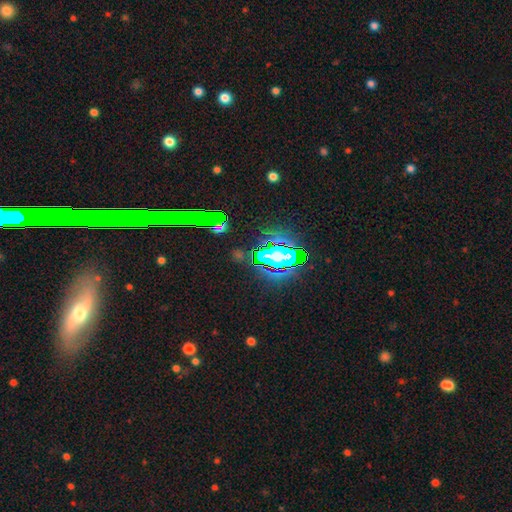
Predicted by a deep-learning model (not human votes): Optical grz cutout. It shows a star or artifact, not a galaxy (76%).